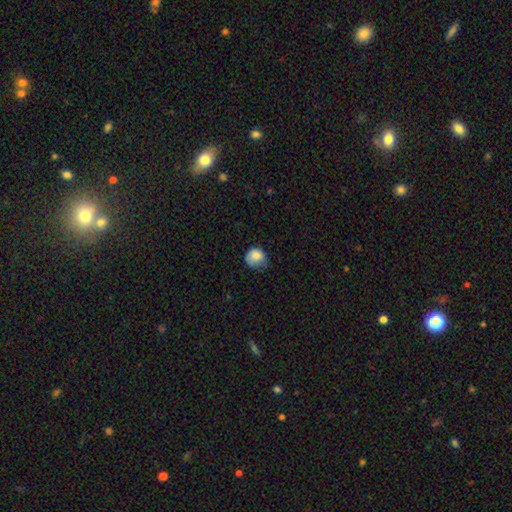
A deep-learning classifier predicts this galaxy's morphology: The model was most divided on "merging": none: 45%, minor disturbance: 38%, major disturbance: 15%, merger: 2%. More confident: smooth or featured — smooth (82%); how rounded — round (72%).